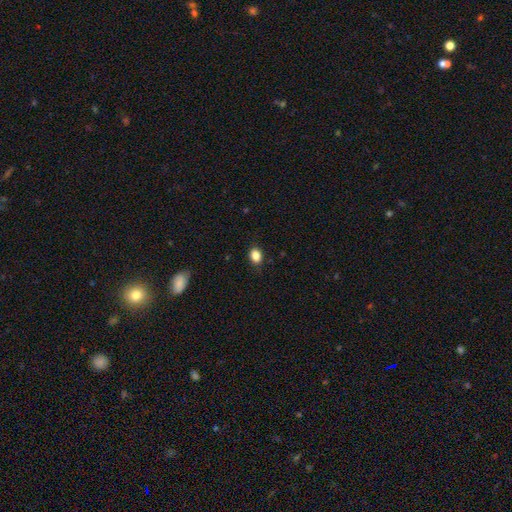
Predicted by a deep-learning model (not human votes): smooth 86%, star or artifact 10%, featured or disk 5%. Down the decision tree: how rounded — in between (66%); merging — none (86%).